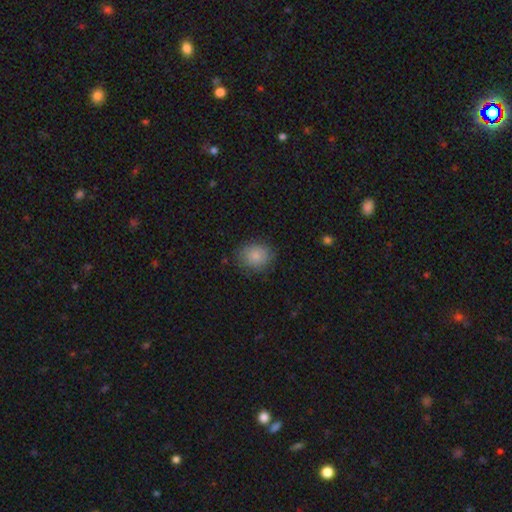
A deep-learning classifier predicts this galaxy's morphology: Smooth or featured? smooth (84%)
How rounded? round (63%)
Merging? none (79%)